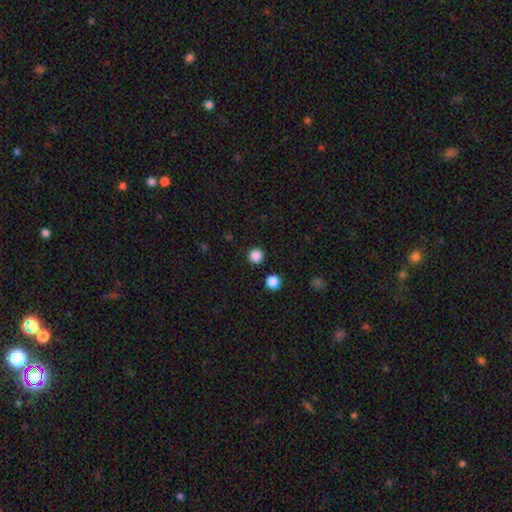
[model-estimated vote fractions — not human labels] Morphology: type=smooth (86%); roundness=round (96%); merging=none (92%).